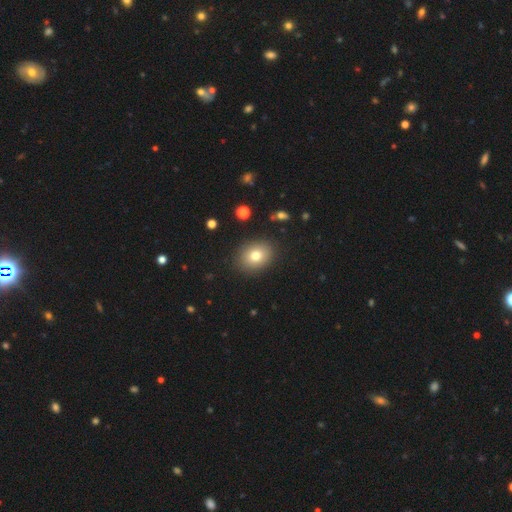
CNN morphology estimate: Smooth or featured?
  - smooth: 78% *
  - featured or disk: 11%
  - star or artifact: 11%
How rounded?
  - in between: 53% *
  - round: 46%
  - cigar-shaped: 1%
Merging?
  - none: 88% *
  - minor disturbance: 8%
  - major disturbance: 3%
  - merger: 1%